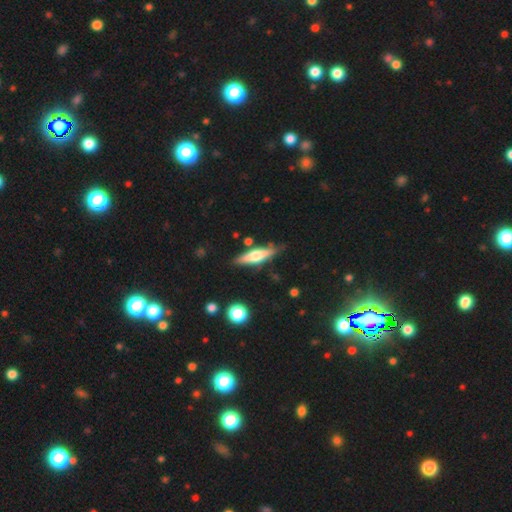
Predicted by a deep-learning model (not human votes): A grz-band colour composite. It shows a featured or disk galaxy (55%) viewed edge-on (93%) with a rounded central bulge (88%). Merging: none (80%).